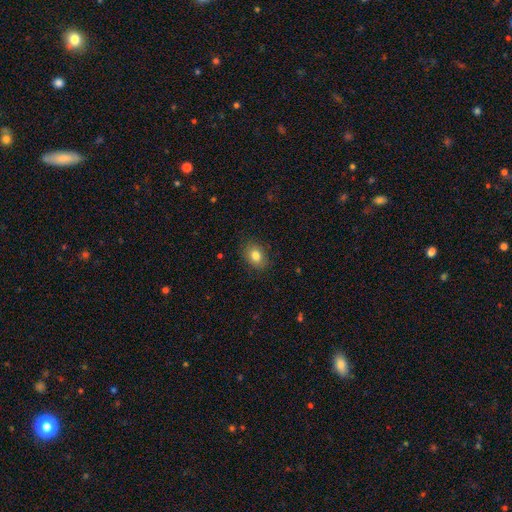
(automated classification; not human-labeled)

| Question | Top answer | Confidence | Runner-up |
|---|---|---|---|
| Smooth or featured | smooth | 82% | star or artifact (10%) |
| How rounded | in between | 66% | round (33%) |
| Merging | none | 86% | minor disturbance (10%) |